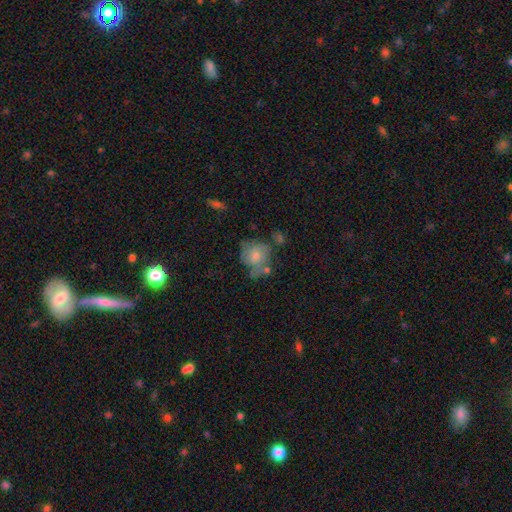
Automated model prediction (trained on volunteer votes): Smooth or featured?
  - smooth: 64% *
  - featured or disk: 27%
  - star or artifact: 9%
How rounded?
  - round: 71% *
  - in between: 28%
  - cigar-shaped: 1%
Merging?
  - none: 41% *
  - minor disturbance: 27%
  - major disturbance: 17%
  - merger: 15%